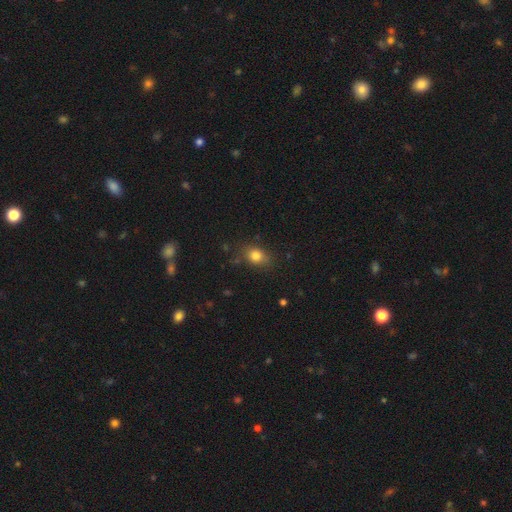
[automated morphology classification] Smooth or featured? smooth (81%)
How rounded? in between (54%)
Merging? none (77%)